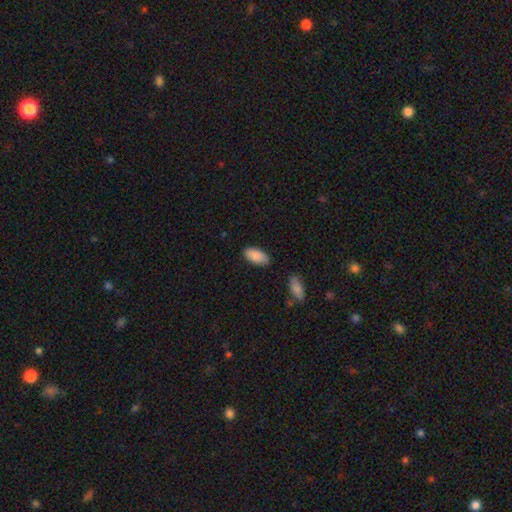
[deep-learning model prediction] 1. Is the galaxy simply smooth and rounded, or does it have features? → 89% smooth, 6% star or artifact, 5% featured or disk.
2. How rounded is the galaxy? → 93% in between, 5% cigar-shaped, 2% round.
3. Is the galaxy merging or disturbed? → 82% none, 13% minor disturbance, 3% major disturbance, 3% merger.